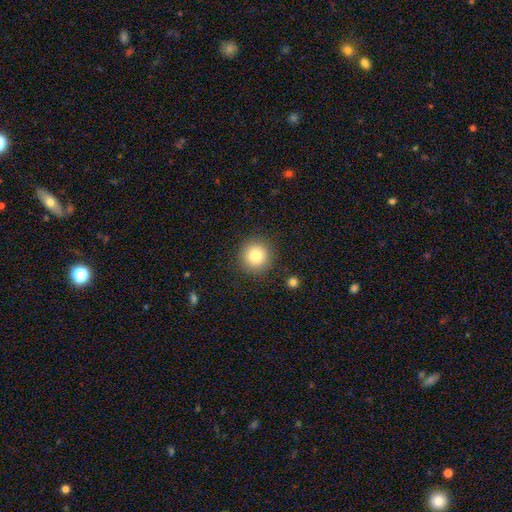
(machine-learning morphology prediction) Smooth or featured?
  - smooth: 81% *
  - star or artifact: 11%
  - featured or disk: 9%
How rounded?
  - round: 95% *
  - in between: 4%
  - cigar-shaped: 1%
Merging?
  - none: 90% *
  - minor disturbance: 6%
  - major disturbance: 2%
  - merger: 2%